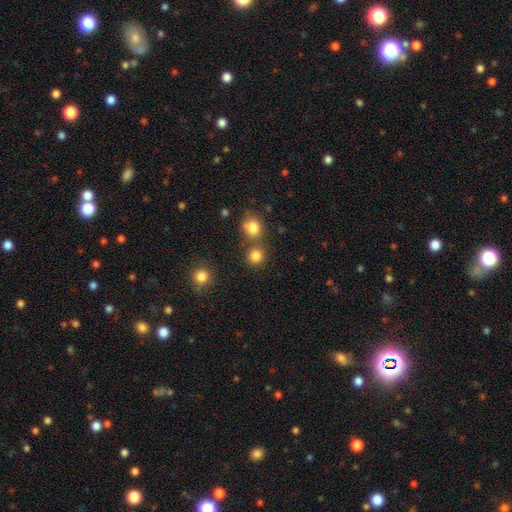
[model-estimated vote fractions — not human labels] A smooth galaxy with no disk features (82%) that is round (89%). Merging: none (68%).